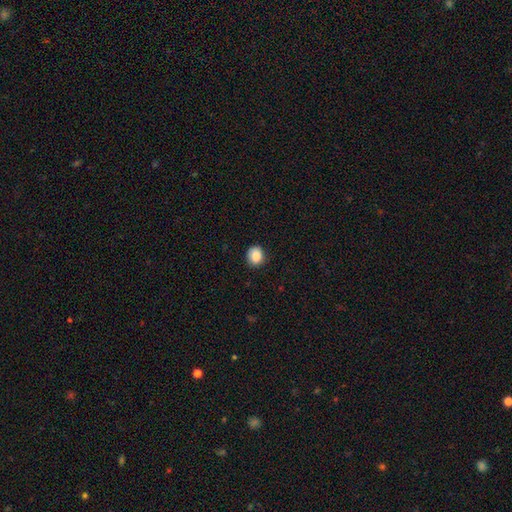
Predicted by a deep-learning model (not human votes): The model was most divided on "how rounded": round: 72%, in between: 27%, cigar-shaped: 1%. More confident: merging — none (87%); smooth or featured — smooth (87%).